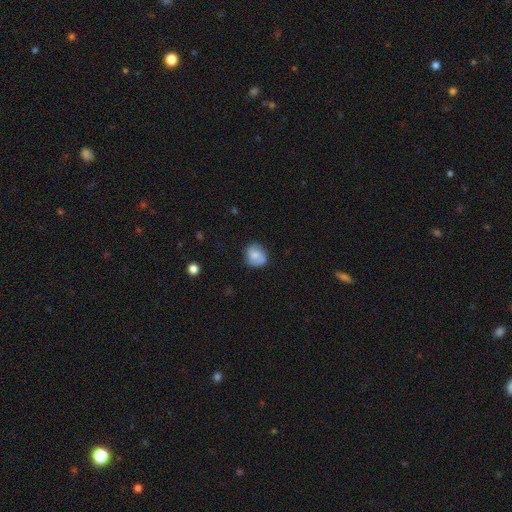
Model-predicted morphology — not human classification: smooth_or_featured: smooth (p=0.65) [alt: featured or disk p=0.27]
how_rounded: round (p=0.74) [alt: in between p=0.25]
merging: none (p=0.72) [alt: minor disturbance p=0.21]